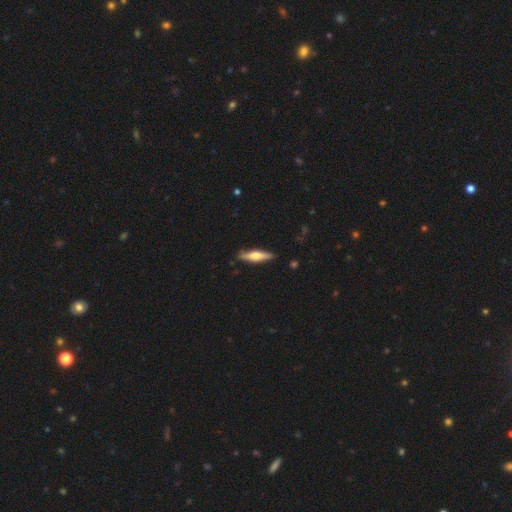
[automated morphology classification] Q: Smooth or featured?
A: featured or disk (51%); runner-up: smooth (43%)
Q: Edge-on disk?
A: yes (94%); runner-up: no (6%)
Q: Merging?
A: none (87%); runner-up: minor disturbance (10%)